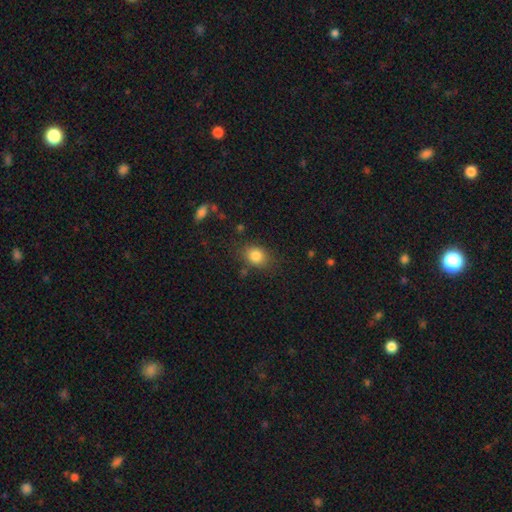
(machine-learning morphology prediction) type=smooth (84%); roundness=in between (55%); merging=none (77%).